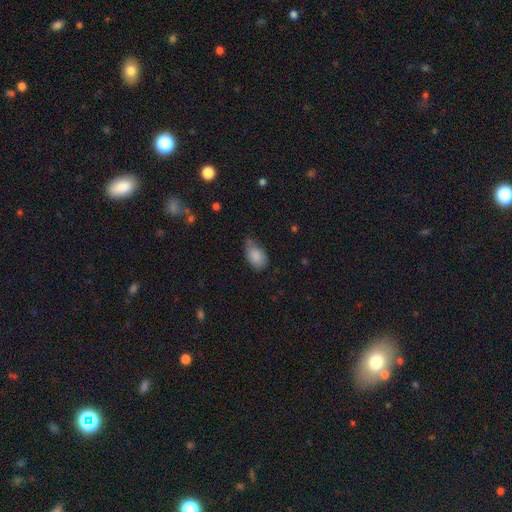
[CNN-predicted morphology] Overall: smooth (85%). How rounded: in between (90%). Merging: none (44%; minor disturbance 43%).